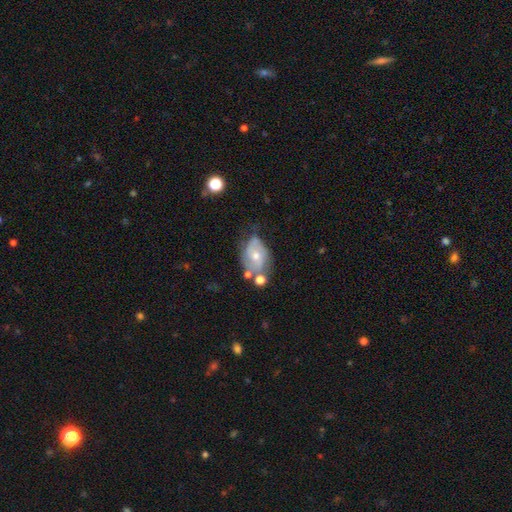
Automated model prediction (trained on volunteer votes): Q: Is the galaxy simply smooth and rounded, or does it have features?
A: featured or disk — 63%.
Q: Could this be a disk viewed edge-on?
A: no — 96%.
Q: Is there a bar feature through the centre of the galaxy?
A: no — 69%.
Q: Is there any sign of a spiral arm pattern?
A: yes — 77%.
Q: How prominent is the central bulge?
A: moderate — 58%.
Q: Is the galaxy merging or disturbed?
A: none — 42%.